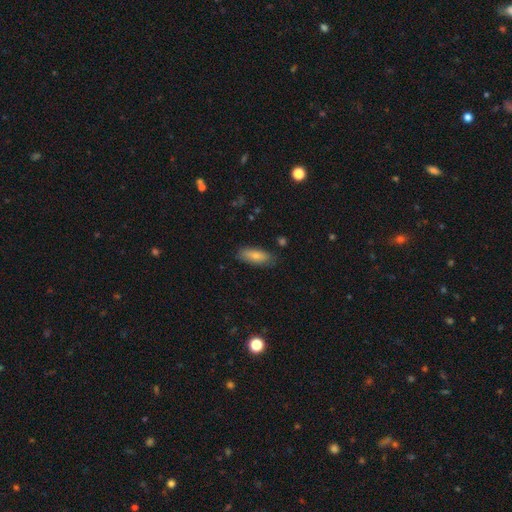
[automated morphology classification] The model was most divided on "how rounded": in between: 72%, cigar-shaped: 25%, round: 2%. More confident: merging — none (79%); smooth or featured — smooth (78%).